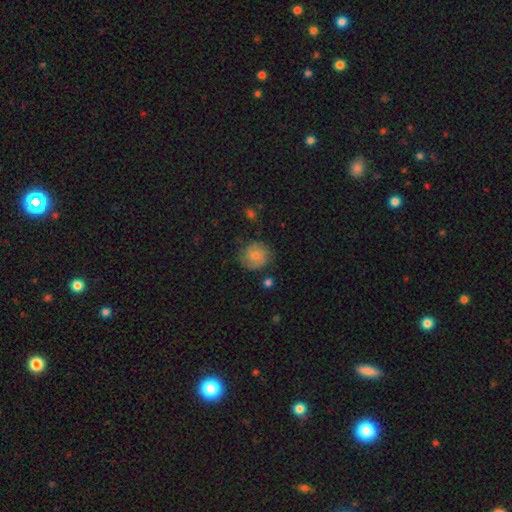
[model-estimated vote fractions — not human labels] Smooth or featured: smooth — 59% (featured or disk — 33%)
How rounded: round — 86% (in between — 13%)
Merging: none — 72% (minor disturbance — 20%)